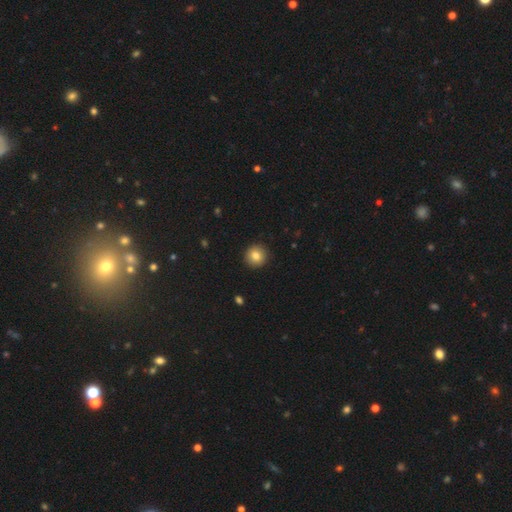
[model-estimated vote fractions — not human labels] The model was most divided on "smooth or featured": smooth: 82%, star or artifact: 10%, featured or disk: 8%. More confident: how rounded — round (94%); merging — none (92%).